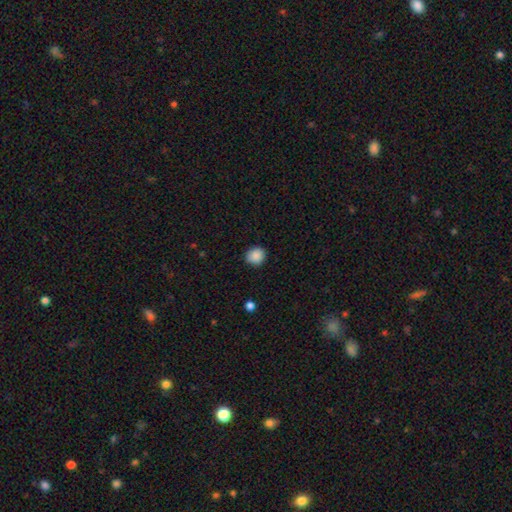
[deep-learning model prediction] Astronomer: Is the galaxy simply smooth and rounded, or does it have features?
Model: smooth — 88%.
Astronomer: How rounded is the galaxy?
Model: round — 85%.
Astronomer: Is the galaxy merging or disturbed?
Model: none — 88%.